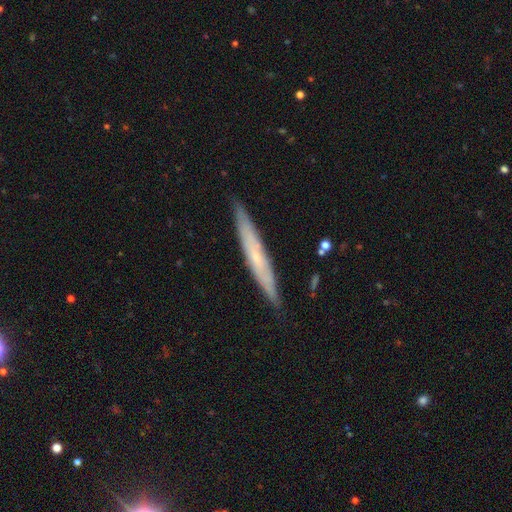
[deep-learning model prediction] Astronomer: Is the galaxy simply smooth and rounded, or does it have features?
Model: featured or disk — 57% (runner-up: smooth, 36%).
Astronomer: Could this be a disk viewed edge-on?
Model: yes — 84%.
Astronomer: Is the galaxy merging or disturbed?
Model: none — 87%.